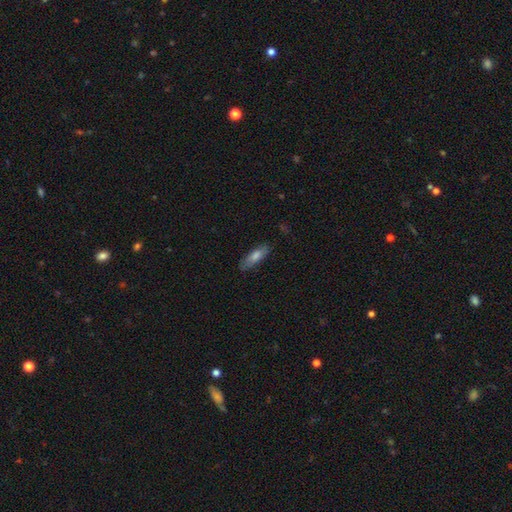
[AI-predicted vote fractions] The model was most divided on "how rounded": cigar-shaped: 50%, in between: 48%, round: 2%. More confident: merging — none (81%); smooth or featured — smooth (68%).